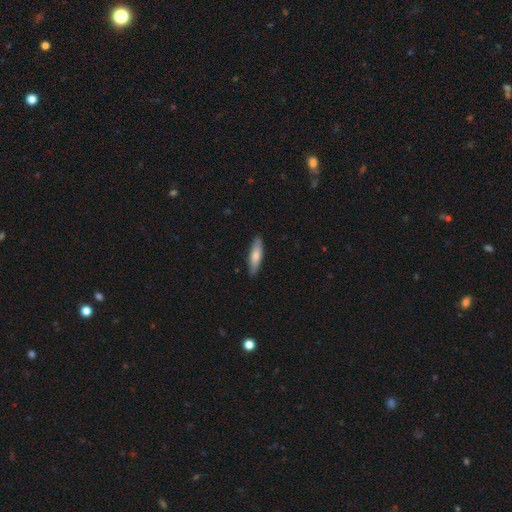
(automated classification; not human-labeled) A smooth galaxy with no disk features (74%) that is cigar-shaped (69%).

Vote fractions:
- Smooth or featured? smooth: 74% / featured or disk: 21% / star or artifact: 5%
- How rounded? cigar-shaped: 69% / in between: 29% / round: 2%
- Merging? none: 88% / minor disturbance: 9% / major disturbance: 2% / merger: 1%